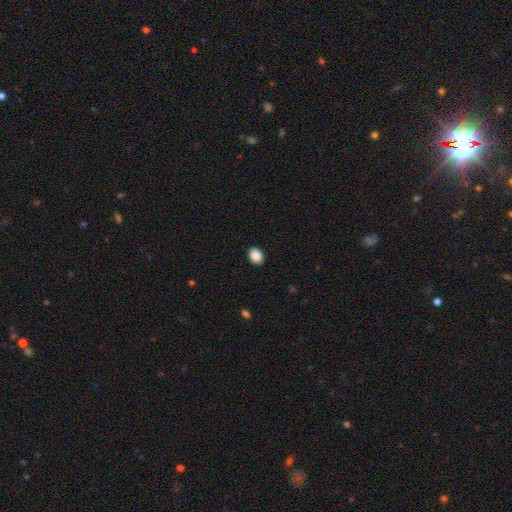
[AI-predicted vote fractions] Smooth or featured? Predicted: smooth (p=0.89). How rounded? Predicted: in between (p=0.62). Merging? Predicted: none (p=0.90).